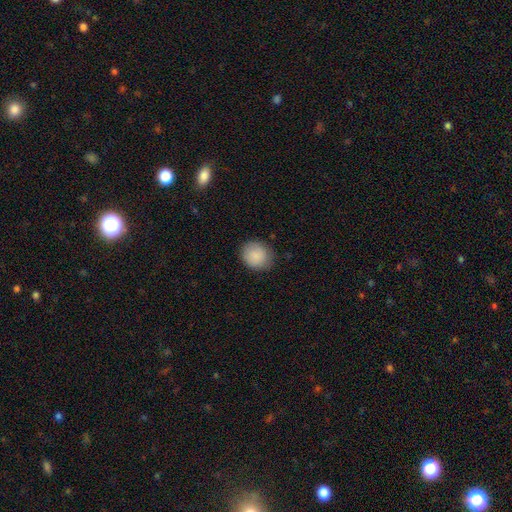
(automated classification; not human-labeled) Smooth or featured? Predicted: smooth (p=0.88). How rounded? Predicted: round (p=0.79). Merging? Predicted: none (p=0.83).